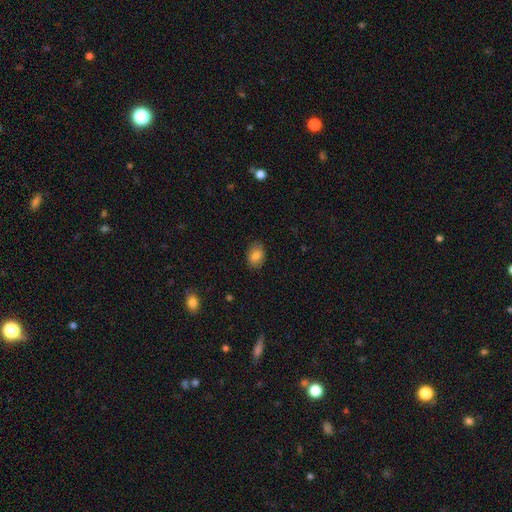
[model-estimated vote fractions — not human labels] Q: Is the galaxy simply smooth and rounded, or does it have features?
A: smooth — 83%.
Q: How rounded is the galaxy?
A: in between — 77%.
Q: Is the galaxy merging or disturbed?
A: none — 83%.